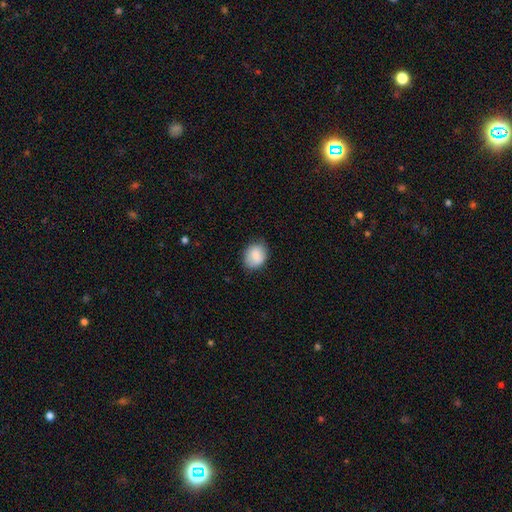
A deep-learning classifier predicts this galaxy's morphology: Smooth or featured?
  - smooth: 82% *
  - featured or disk: 11%
  - star or artifact: 7%
How rounded?
  - in between: 50% *
  - round: 49%
  - cigar-shaped: 1%
Merging?
  - none: 75% *
  - minor disturbance: 20%
  - major disturbance: 4%
  - merger: 1%